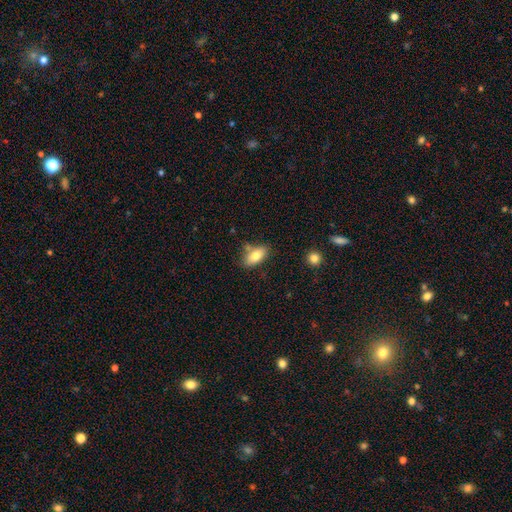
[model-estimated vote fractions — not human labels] smooth-or-featured: smooth: 79% | featured or disk: 14% | star or artifact: 8%
  how-rounded: in between: 90% | cigar-shaped: 6% | round: 4%
  merging: none: 72% | minor disturbance: 16% | merger: 8% | major disturbance: 4%